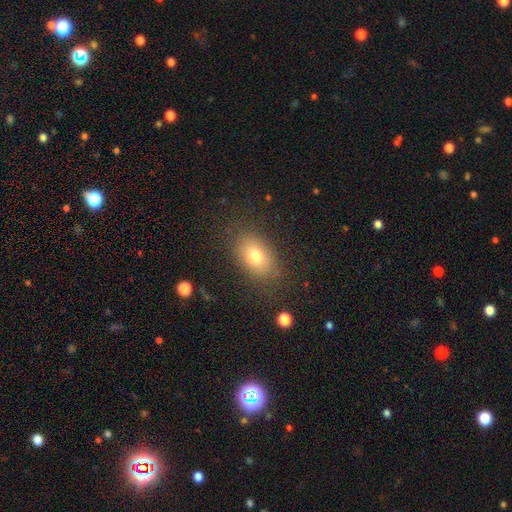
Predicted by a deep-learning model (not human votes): Smooth or featured?
  - smooth: 75% *
  - featured or disk: 14%
  - star or artifact: 11%
How rounded?
  - in between: 80% *
  - round: 18%
  - cigar-shaped: 1%
Merging?
  - none: 79% *
  - minor disturbance: 14%
  - major disturbance: 5%
  - merger: 2%